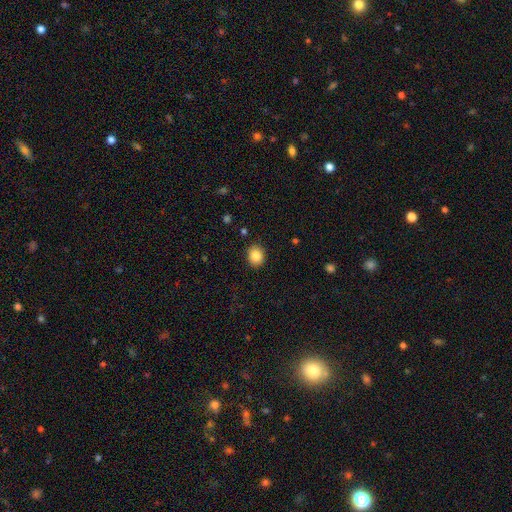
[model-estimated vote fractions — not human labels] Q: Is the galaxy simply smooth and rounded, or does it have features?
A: smooth — 87%.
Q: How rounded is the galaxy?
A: round — 66%.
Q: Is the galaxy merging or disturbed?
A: none — 89%.